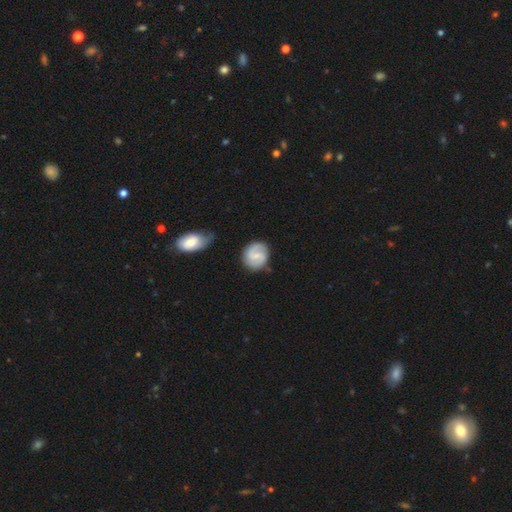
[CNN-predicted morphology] type=featured or disk (70%); edge-on=no (98%); bar=weak (56%); spiral arms=yes (93%); winding=medium (48%); arm count=2 (87%); bulge=small (57%); merging=none (75%).